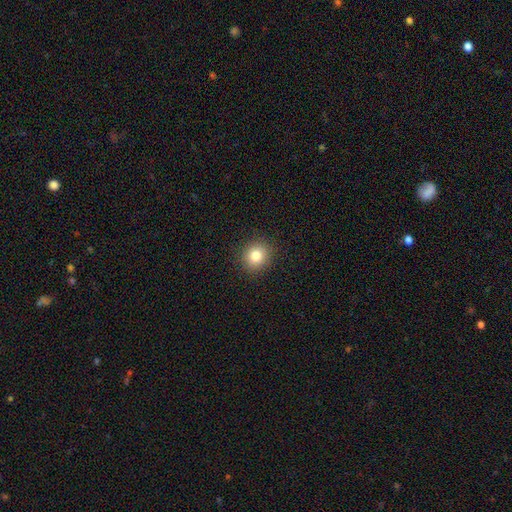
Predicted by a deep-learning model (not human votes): Smooth or featured? Predicted: smooth (p=0.82). How rounded? Predicted: round (p=0.85). Merging? Predicted: none (p=0.91).